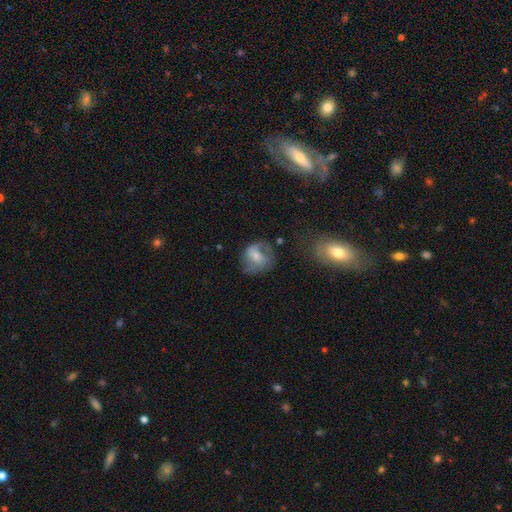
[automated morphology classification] Smooth or featured?
  - featured or disk: 49% *
  - smooth: 42%
  - star or artifact: 9%
Merging?
  - none: 49% *
  - minor disturbance: 24%
  - major disturbance: 23%
  - merger: 4%